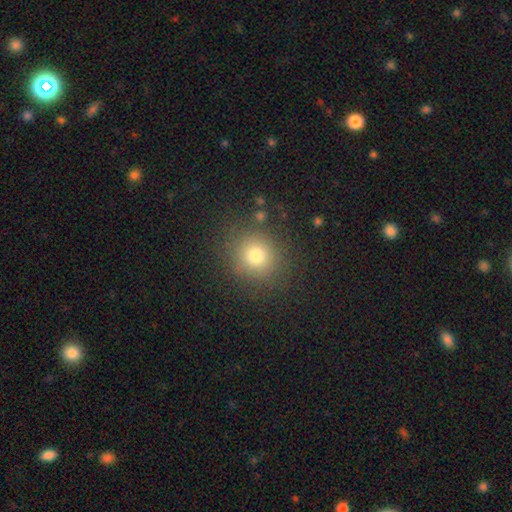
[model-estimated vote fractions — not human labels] Smooth or featured: smooth — 76% (star or artifact — 15%)
How rounded: round — 86% (in between — 13%)
Merging: none — 85% (minor disturbance — 9%)